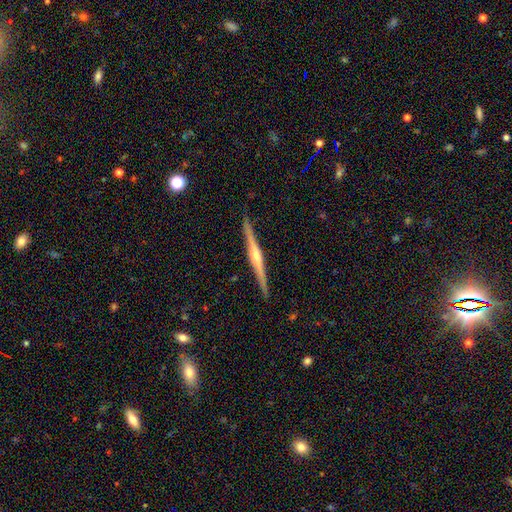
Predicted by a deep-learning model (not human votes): The model was most divided on "smooth or featured": featured or disk: 84%, smooth: 11%, star or artifact: 5%. More confident: edge-on disk — yes (98%); merging — none (91%); edge-on bulge — rounded (84%).